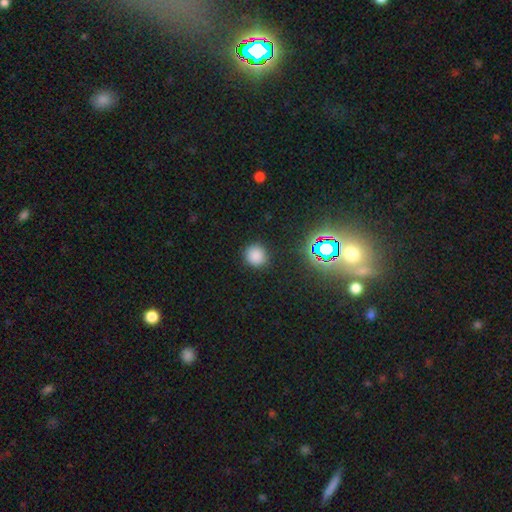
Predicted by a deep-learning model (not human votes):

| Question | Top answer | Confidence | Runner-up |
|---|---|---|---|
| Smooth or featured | smooth | 79% | star or artifact (17%) |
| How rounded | round | 91% | in between (8%) |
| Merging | none | 88% | minor disturbance (8%) |